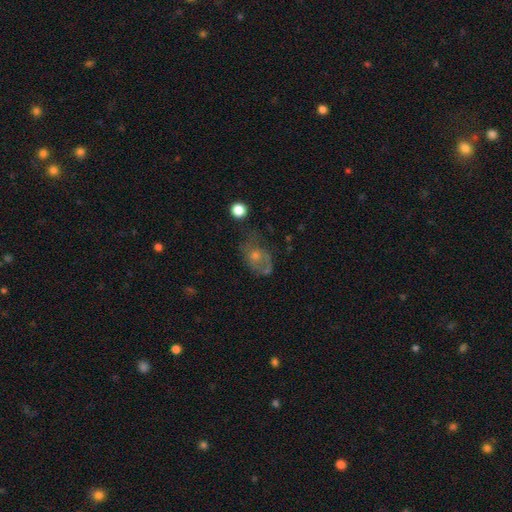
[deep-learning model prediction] The model was most divided on "smooth or featured": featured or disk: 49%, smooth: 36%, star or artifact: 15%. Remaining: merging — none (42%).